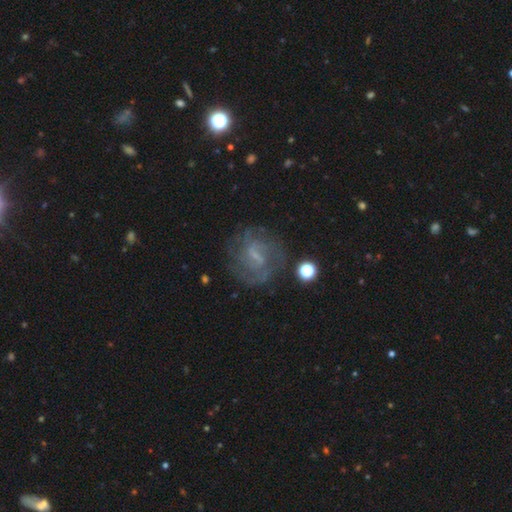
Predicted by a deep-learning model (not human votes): Smooth or featured: featured or disk — 72% (smooth — 17%)
Edge-on disk: no — 97% (yes — 3%)
Bar: weak — 55% (no — 24%)
Spiral arms: yes — 83% (no — 17%)
Spiral winding: tight — 42% (medium — 40%)
Spiral arm count: can't tell — 41% (2 — 33%)
Bulge size: small — 47% (none — 34%)
Merging: none — 71% (minor disturbance — 16%)